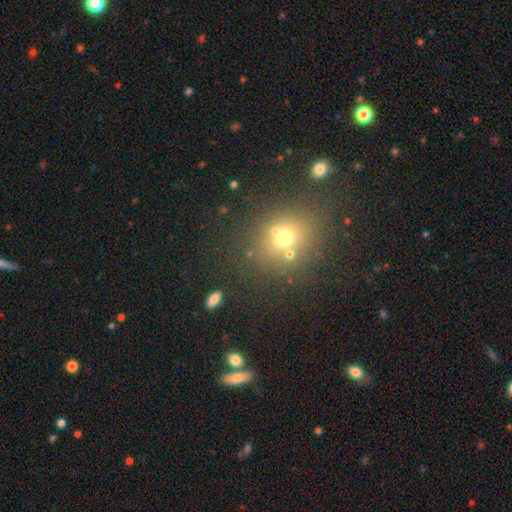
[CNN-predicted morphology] Smooth or featured?
  - smooth: 52% *
  - star or artifact: 34%
  - featured or disk: 14%
How rounded?
  - round: 77% *
  - in between: 21%
  - cigar-shaped: 1%
Merging?
  - none: 68% *
  - merger: 18%
  - minor disturbance: 10%
  - major disturbance: 4%